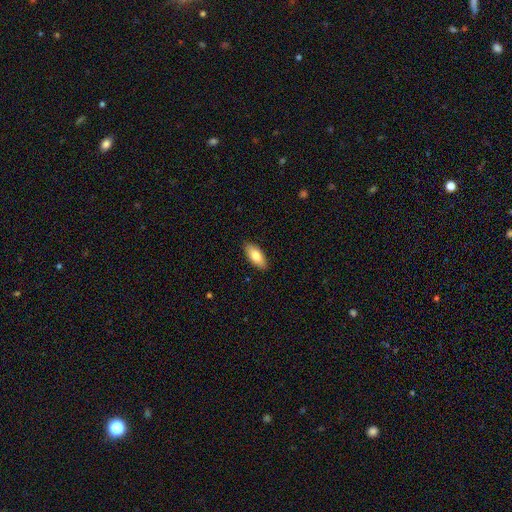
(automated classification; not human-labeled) smooth-or-featured: smooth: 80% | featured or disk: 14% | star or artifact: 6%
  how-rounded: in between: 87% | cigar-shaped: 11% | round: 2%
  merging: none: 89% | minor disturbance: 8% | major disturbance: 2% | merger: 1%